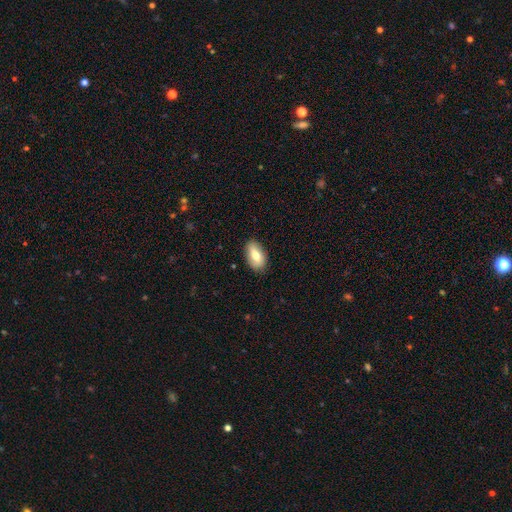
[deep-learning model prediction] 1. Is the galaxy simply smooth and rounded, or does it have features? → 72% smooth, 22% featured or disk, 7% star or artifact.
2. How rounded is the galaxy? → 91% in between, 6% round, 3% cigar-shaped.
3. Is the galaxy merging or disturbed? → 84% none, 12% minor disturbance, 2% major disturbance, 1% merger.